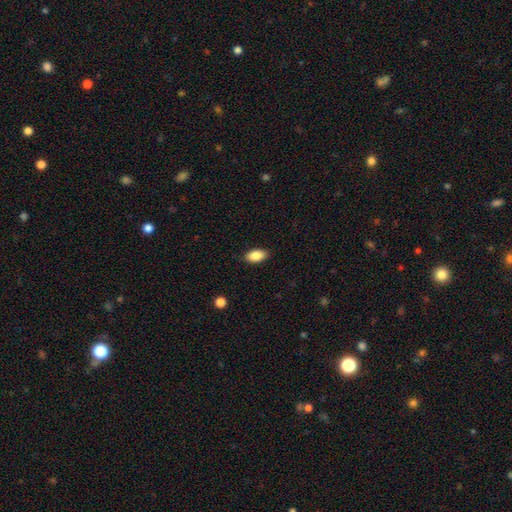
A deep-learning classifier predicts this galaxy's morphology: smooth-or-featured: smooth: 87% | star or artifact: 7% | featured or disk: 6%
  how-rounded: in between: 93% | round: 4% | cigar-shaped: 3%
  merging: none: 88% | minor disturbance: 9% | major disturbance: 2% | merger: 1%